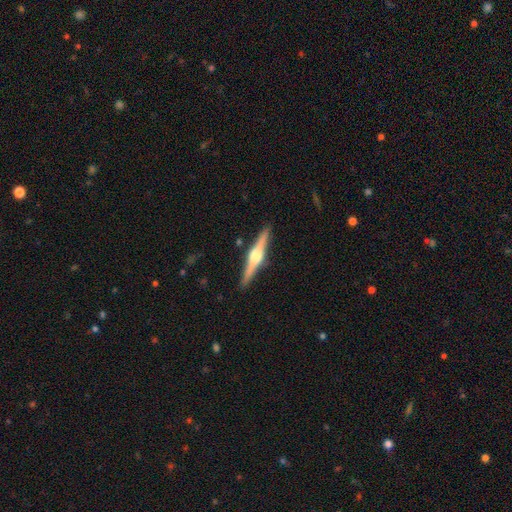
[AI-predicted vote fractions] Smooth or featured: featured or disk — 79% (smooth — 16%)
Edge-on disk: yes — 98% (no — 2%)
Edge-on bulge: rounded — 92% (boxy — 6%)
Merging: none — 91% (minor disturbance — 6%)